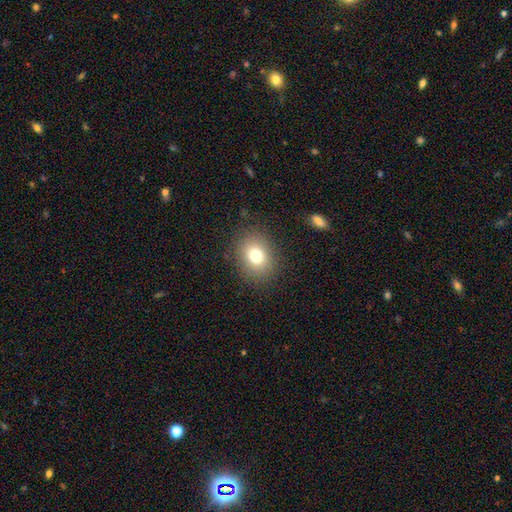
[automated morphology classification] This appears to be a smooth galaxy with no disk features (77%) that is round (52%). Merging: none (86%).